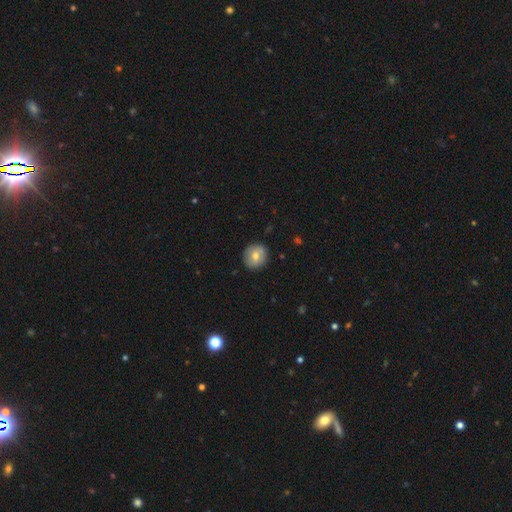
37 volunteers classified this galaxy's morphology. This appears to be a smooth galaxy with no disk features (62%) that is round (87%). Merging: none (89%).